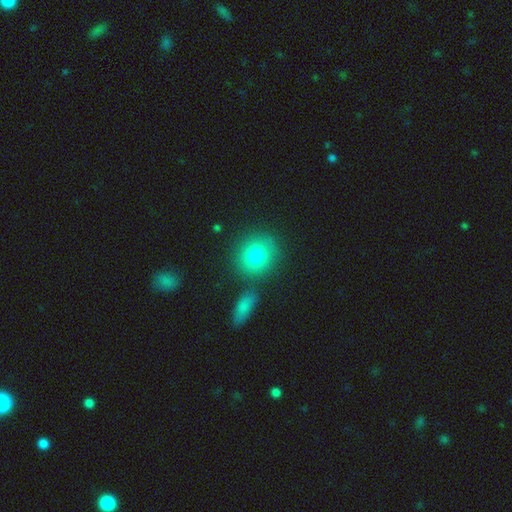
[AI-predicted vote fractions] smooth_or_featured: smooth (p=0.81) [alt: star or artifact p=0.10]
how_rounded: round (p=0.82) [alt: in between p=0.17]
merging: none (p=0.72) [alt: merger p=0.14]